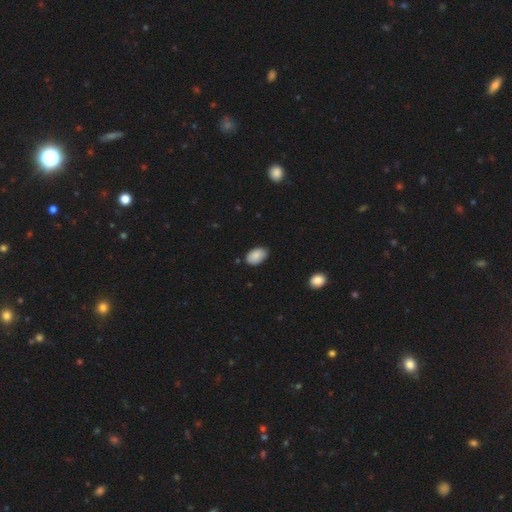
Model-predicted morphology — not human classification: Overall: smooth (87%). How rounded: in between (90%). Merging: none (78%).